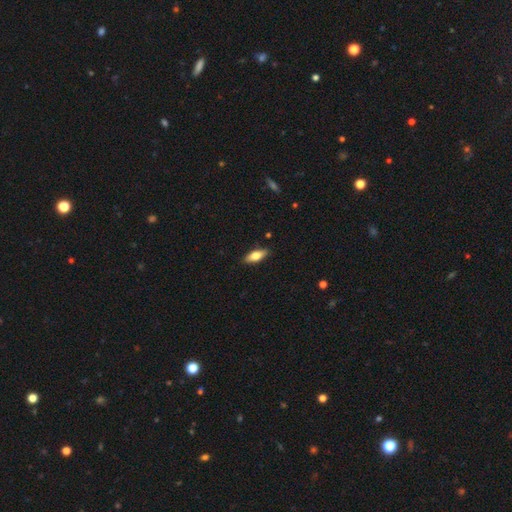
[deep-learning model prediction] Smooth or featured? Predicted: smooth (p=0.68). How rounded? Predicted: in between (p=0.69). Merging? Predicted: none (p=0.87).